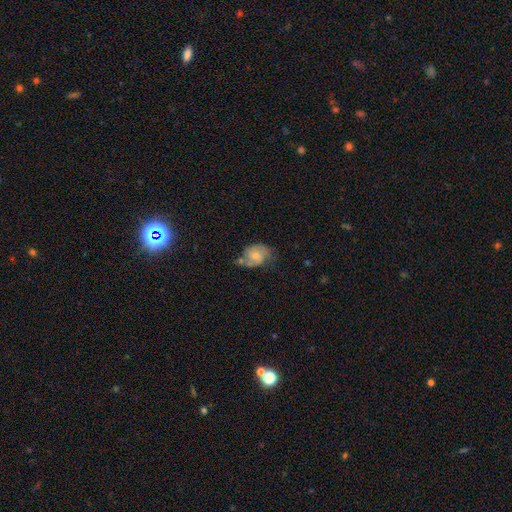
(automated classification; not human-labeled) Smooth or featured: featured or disk — 63% (smooth — 29%)
Edge-on disk: no — 97% (yes — 3%)
Bar: no — 66% (weak — 29%)
Spiral arms: yes — 89% (no — 11%)
Spiral winding: medium — 46% (tight — 33%)
Spiral arm count: 2 — 77% (can't tell — 12%)
Bulge size: small — 54% (moderate — 35%)
Merging: none — 48% (minor disturbance — 27%)